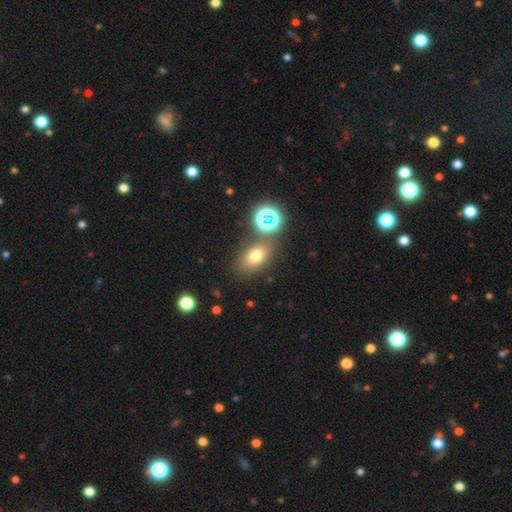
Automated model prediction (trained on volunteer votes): smooth-or-featured: smooth: 67% | star or artifact: 20% | featured or disk: 13%
  how-rounded: in between: 71% | round: 27% | cigar-shaped: 3%
  merging: none: 72% | minor disturbance: 12% | merger: 12% | major disturbance: 5%